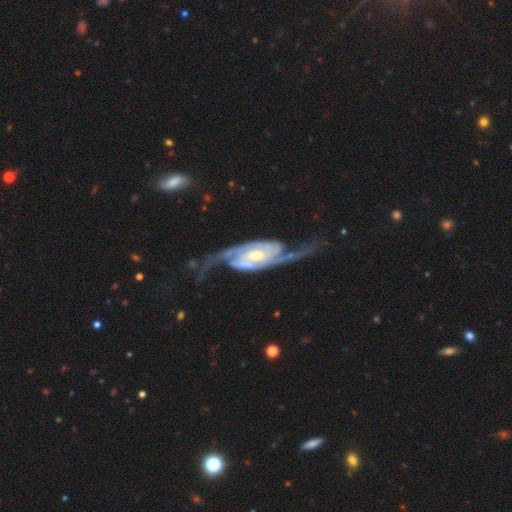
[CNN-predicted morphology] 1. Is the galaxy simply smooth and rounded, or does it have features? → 92% featured or disk, 4% smooth, 4% star or artifact.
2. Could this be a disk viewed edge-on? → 93% no, 7% yes.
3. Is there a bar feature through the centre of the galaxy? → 42% no, 37% weak, 21% strong.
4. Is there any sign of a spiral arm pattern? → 98% yes, 2% no.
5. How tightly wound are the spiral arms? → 41% medium, 36% loose, 23% tight.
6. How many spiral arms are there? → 91% 2, 3% can't tell, 2% 3, 1% 1, 1% 4, 1% more than 4.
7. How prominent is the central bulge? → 58% moderate, 31% small, 7% large, 2% none, 1% dominant.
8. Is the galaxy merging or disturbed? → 65% none, 17% minor disturbance, 16% major disturbance, 3% merger.